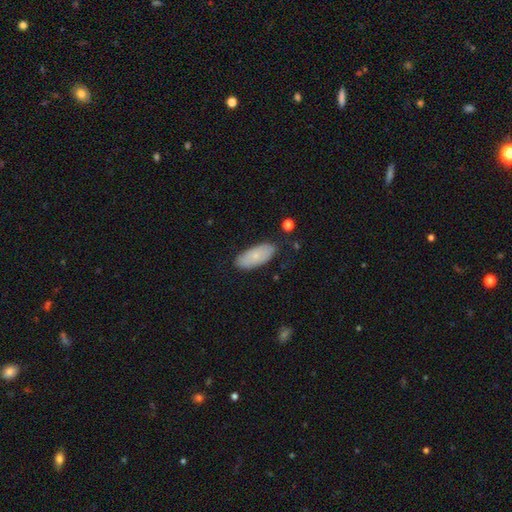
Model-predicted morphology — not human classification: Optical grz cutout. It shows a smooth galaxy with no disk features (75%) that is in between round and cigar-shaped (88%). Merging: none (80%).